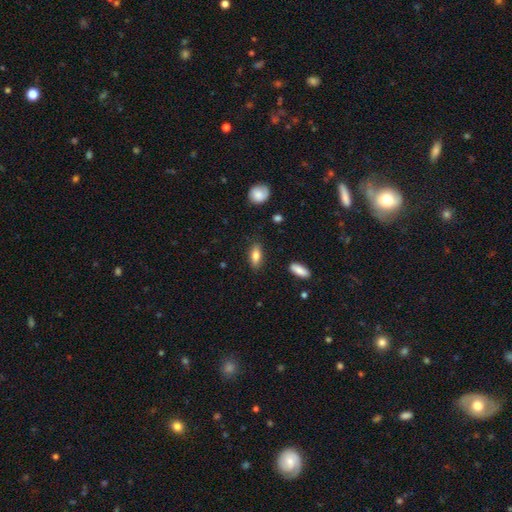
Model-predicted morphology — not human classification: type=smooth (78%); roundness=in between (78%); merging=none (85%).